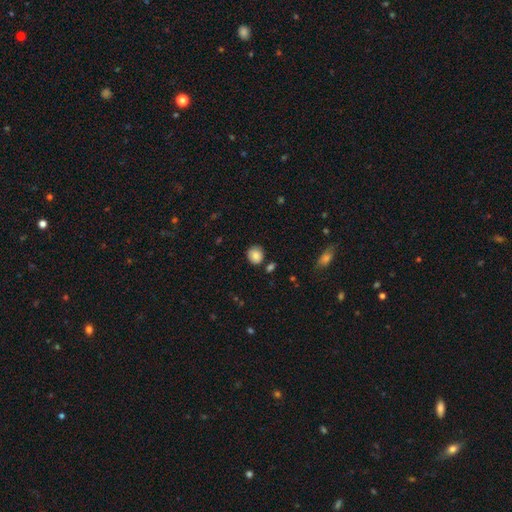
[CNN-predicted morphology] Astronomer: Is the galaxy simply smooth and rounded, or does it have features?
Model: smooth — 86%.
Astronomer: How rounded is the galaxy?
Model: round — 83%.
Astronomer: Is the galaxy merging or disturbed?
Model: none — 81%.